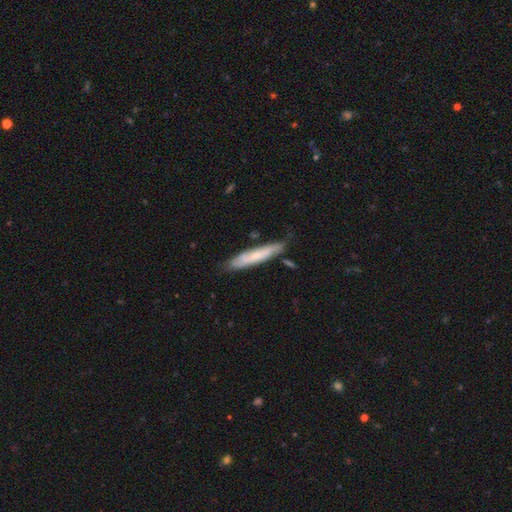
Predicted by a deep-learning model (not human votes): smooth 48%, featured or disk 46%, star or artifact 6%. Down the decision tree: merging — none (75%).